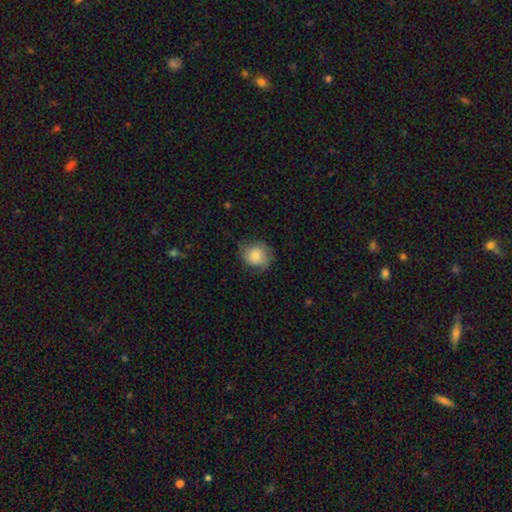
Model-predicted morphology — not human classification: type=smooth (75%); roundness=round (73%); merging=none (61%).